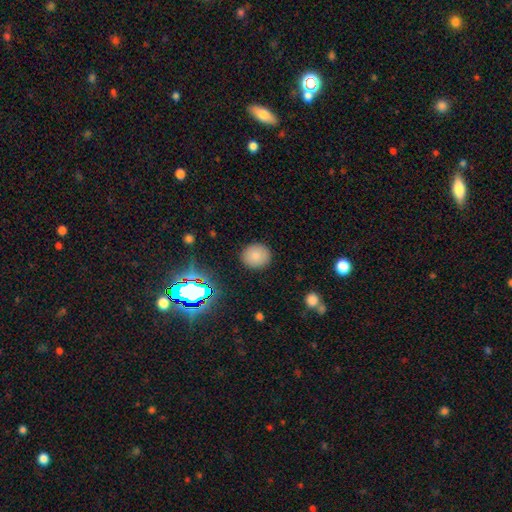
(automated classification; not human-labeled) This appears to be a smooth galaxy with no disk features (82%) that is round (78%). Merging: none (89%).